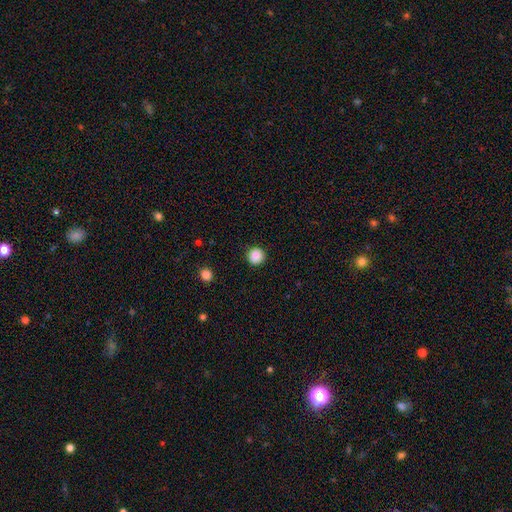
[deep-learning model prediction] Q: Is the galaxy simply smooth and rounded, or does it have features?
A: smooth — 88%.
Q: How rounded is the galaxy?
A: round — 95%.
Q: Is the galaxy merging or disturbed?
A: none — 91%.